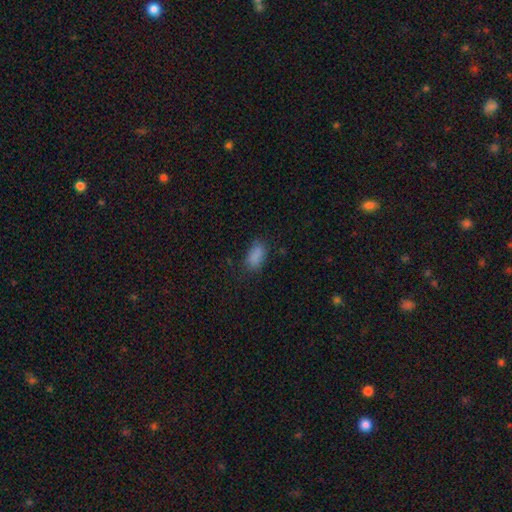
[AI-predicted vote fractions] Q: Smooth or featured?
A: smooth (84%); runner-up: star or artifact (11%)
Q: How rounded?
A: in between (91%); runner-up: round (5%)
Q: Merging?
A: none (70%); runner-up: minor disturbance (20%)